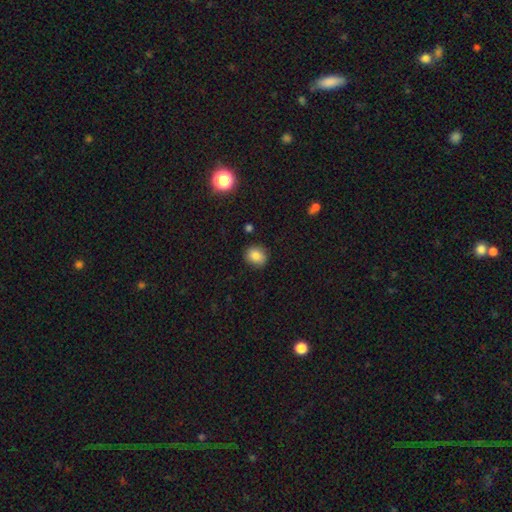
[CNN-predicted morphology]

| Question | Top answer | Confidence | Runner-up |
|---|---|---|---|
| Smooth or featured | smooth | 84% | star or artifact (10%) |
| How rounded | round | 70% | in between (29%) |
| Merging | none | 86% | minor disturbance (10%) |